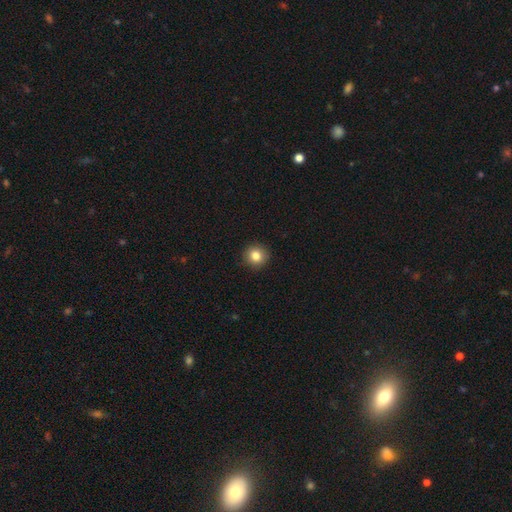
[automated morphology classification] Overall: smooth (84%). How rounded: round (93%). Merging: none (92%).